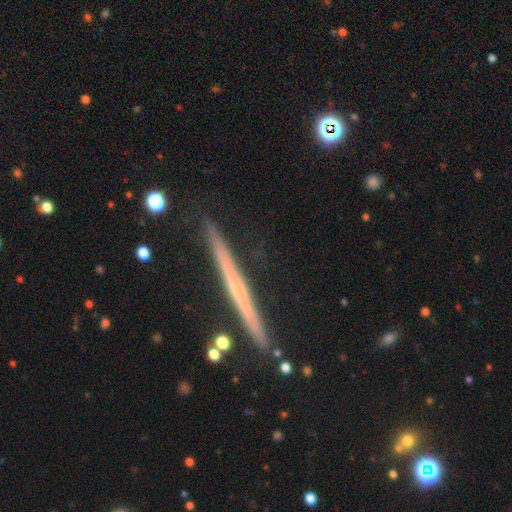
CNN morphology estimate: Overall: featured or disk (65%; smooth 28%). Edge-on disk: yes (98%). Edge-on bulge: none (82%). Merging: none (89%).